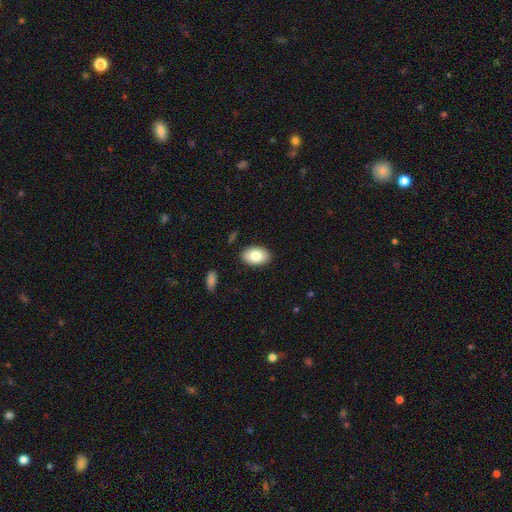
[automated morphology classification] smooth-or-featured: smooth: 82% | featured or disk: 11% | star or artifact: 7%
  how-rounded: in between: 91% | round: 8% | cigar-shaped: 1%
  merging: none: 88% | minor disturbance: 9% | major disturbance: 2% | merger: 1%